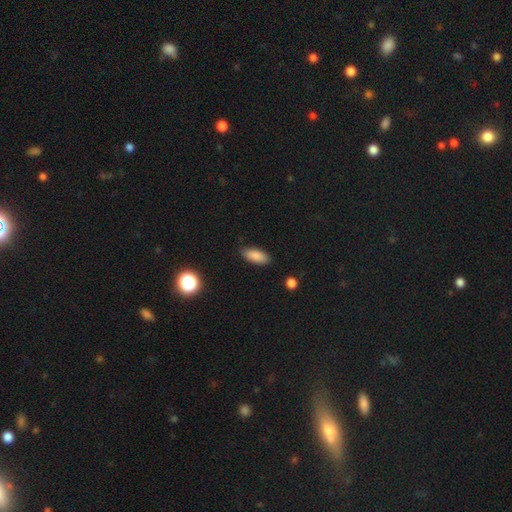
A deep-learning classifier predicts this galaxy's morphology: The model was most divided on "how rounded": in between: 83%, cigar-shaped: 14%, round: 2%. More confident: smooth or featured — smooth (86%); merging — none (85%).